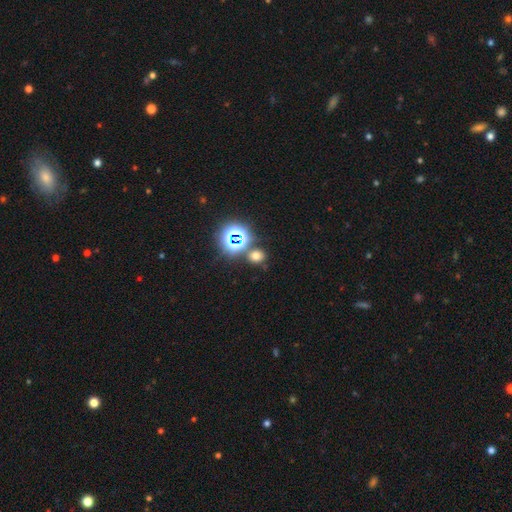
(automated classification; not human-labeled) Smooth or featured? smooth (62%)
How rounded? round (68%)
Merging? none (77%)